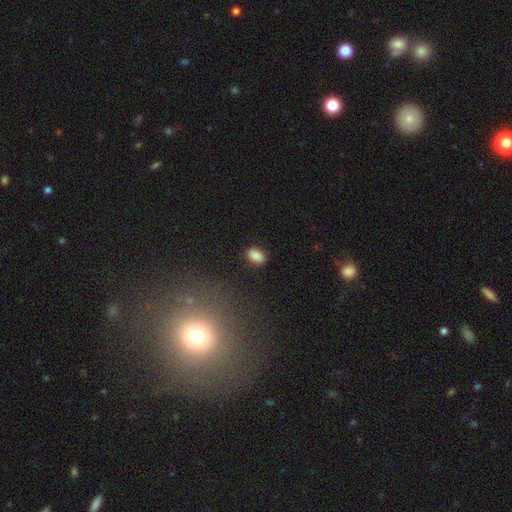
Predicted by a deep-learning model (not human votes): Morphology: type=smooth (87%); roundness=in between (84%); merging=none (86%).